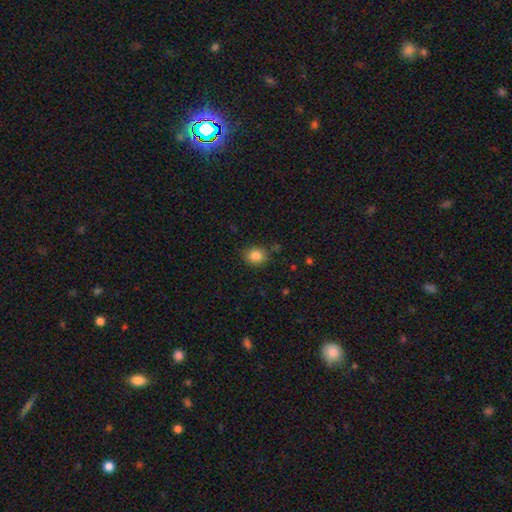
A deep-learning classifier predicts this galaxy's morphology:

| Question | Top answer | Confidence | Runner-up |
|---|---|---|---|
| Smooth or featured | smooth | 84% | star or artifact (10%) |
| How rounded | round | 63% | in between (36%) |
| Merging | none | 82% | minor disturbance (12%) |